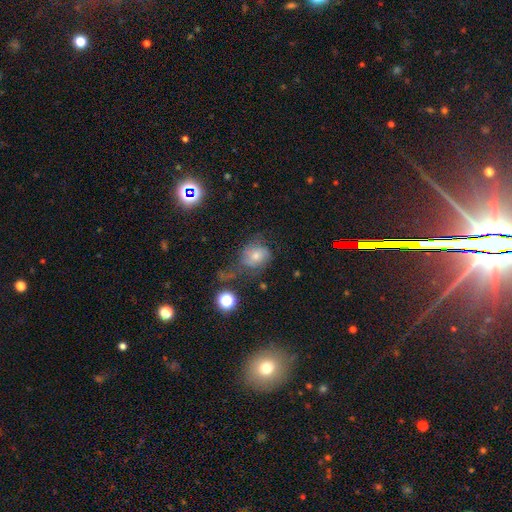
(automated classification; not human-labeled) This is possibly a smooth galaxy (51%). How rounded: possibly round (58%). Merging: marginally none (33%, tied with major disturbance).